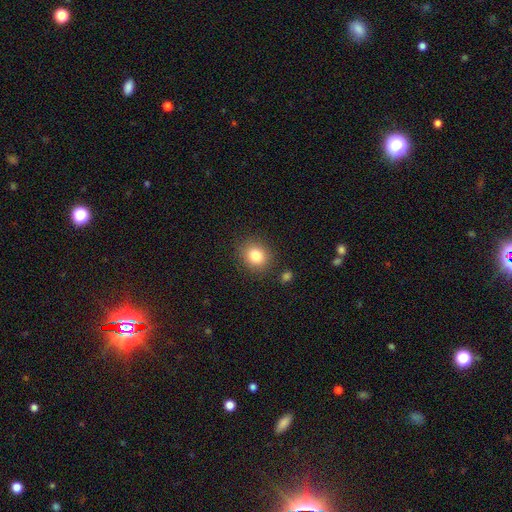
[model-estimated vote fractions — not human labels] smooth 82%, star or artifact 11%, featured or disk 7%. Down the decision tree: how rounded — round (76%); merging — none (85%).